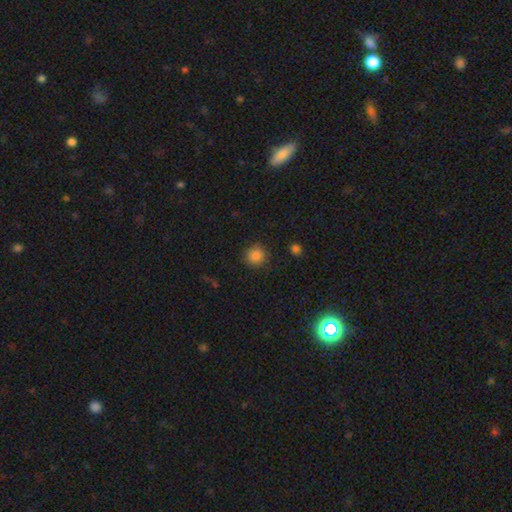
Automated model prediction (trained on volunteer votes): A smooth galaxy with no disk features (85%) that is round (92%). Merging: none (89%).